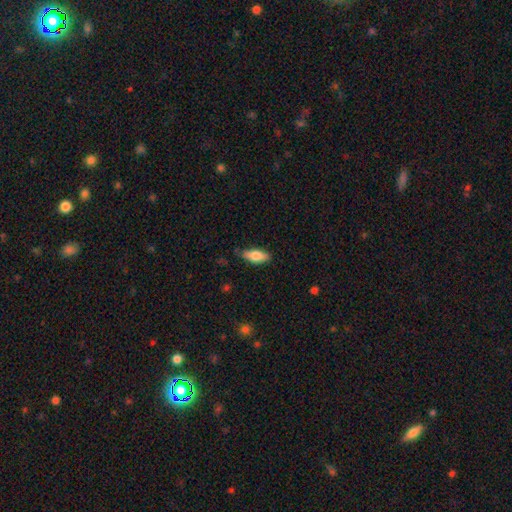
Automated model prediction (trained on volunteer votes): Smooth or featured? Predicted: smooth (p=0.75). How rounded? Predicted: in between (p=0.77). Merging? Predicted: none (p=0.82).